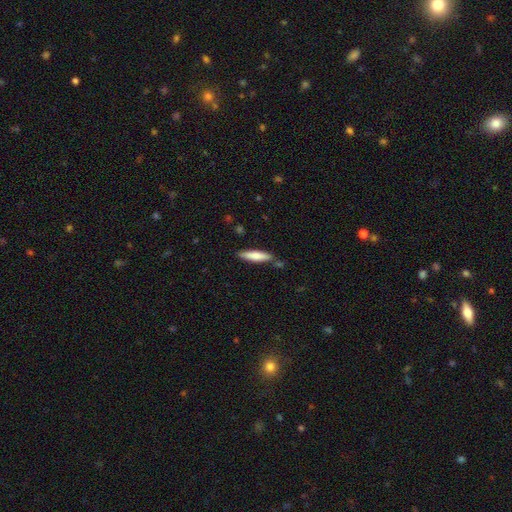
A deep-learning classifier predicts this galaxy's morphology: Smooth or featured? Predicted: smooth (p=0.74). How rounded? Predicted: cigar-shaped (p=0.78). Merging? Predicted: none (p=0.80).